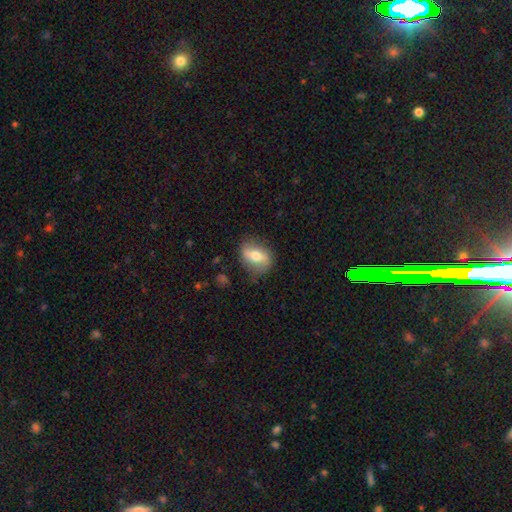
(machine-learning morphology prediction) Smooth or featured?
  - smooth: 49% *
  - featured or disk: 44%
  - star or artifact: 7%
Merging?
  - none: 75% *
  - minor disturbance: 18%
  - major disturbance: 6%
  - merger: 2%